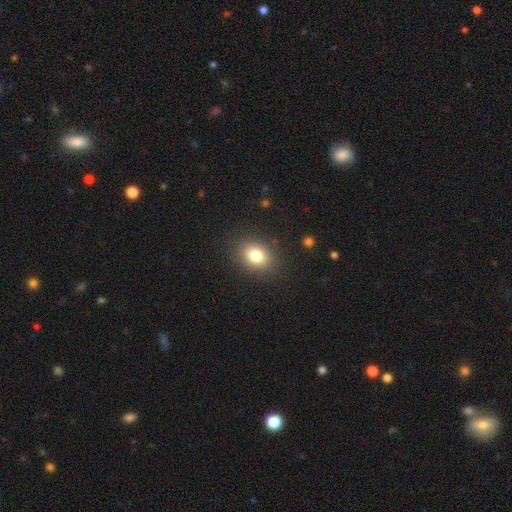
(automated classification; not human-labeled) A smooth galaxy with no disk features (80%) that is in between round and cigar-shaped (61%).

Vote fractions:
- Smooth or featured? smooth: 80% / star or artifact: 11% / featured or disk: 9%
- How rounded? in between: 61% / round: 38% / cigar-shaped: 1%
- Merging? none: 87% / minor disturbance: 9% / major disturbance: 4% / merger: 1%